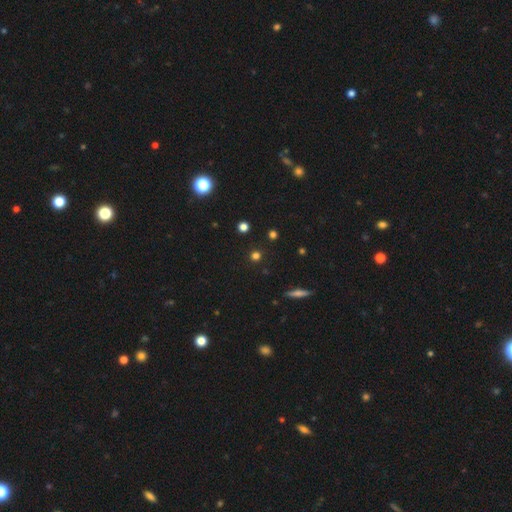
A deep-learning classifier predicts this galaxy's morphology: type=smooth (72%); roundness=round (92%); merging=none (90%).